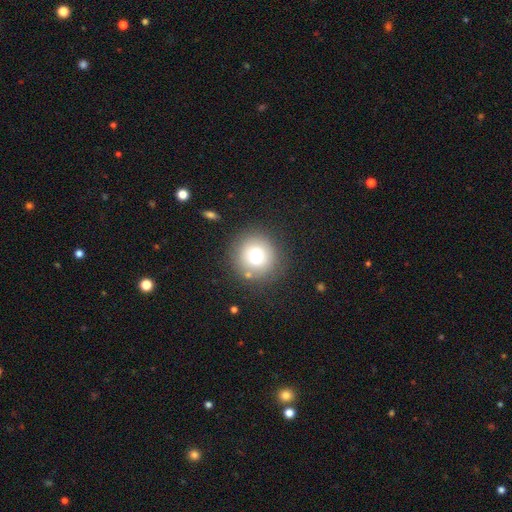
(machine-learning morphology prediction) Smooth or featured? Predicted: smooth (p=0.71). How rounded? Predicted: round (p=0.92). Merging? Predicted: none (p=0.82).